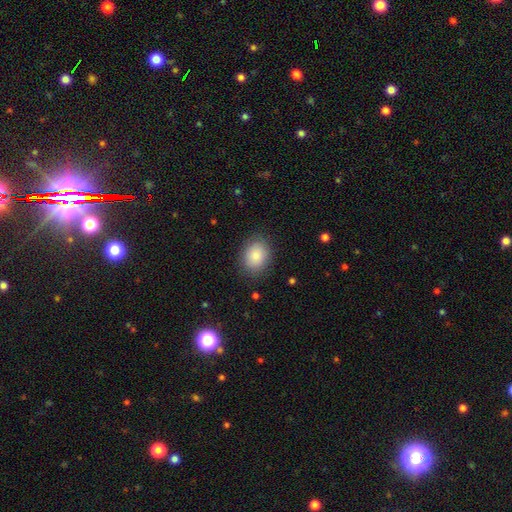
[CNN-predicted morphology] The model was most divided on "how rounded": in between: 59%, round: 40%, cigar-shaped: 1%. More confident: smooth or featured — smooth (85%); merging — none (84%).